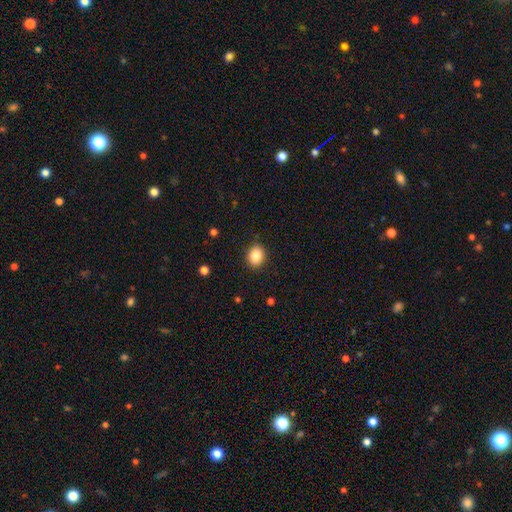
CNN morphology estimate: smooth_or_featured: smooth (p=0.86) [alt: star or artifact p=0.09]
how_rounded: in between (p=0.50) [alt: round p=0.49]
merging: none (p=0.89) [alt: minor disturbance p=0.08]